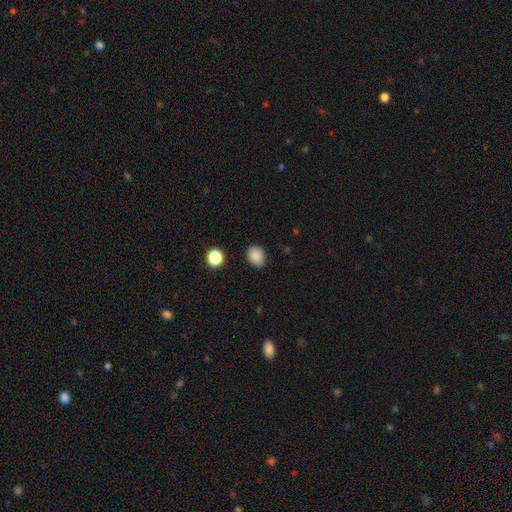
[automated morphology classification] smooth-or-featured: smooth: 87% | star or artifact: 10% | featured or disk: 4%
  how-rounded: round: 53% | in between: 46% | cigar-shaped: 1%
  merging: none: 84% | minor disturbance: 11% | major disturbance: 3% | merger: 2%